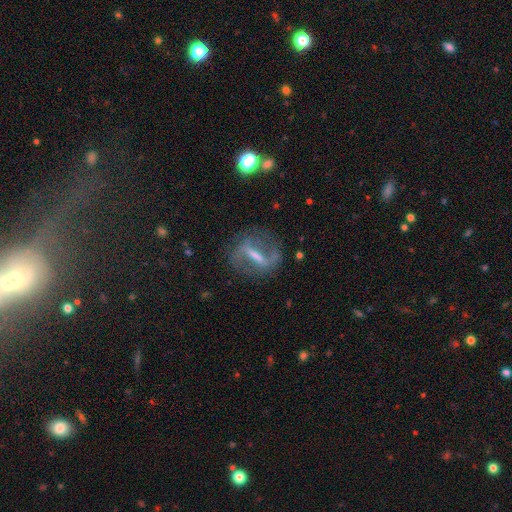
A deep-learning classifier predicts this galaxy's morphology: Smooth or featured: featured or disk — 76% (smooth — 14%)
Edge-on disk: no — 84% (yes — 16%)
Bar: strong — 68% (weak — 24%)
Spiral arms: yes — 74% (no — 26%)
Bulge size: small — 34% (moderate — 32%)
Merging: none — 73% (minor disturbance — 14%)